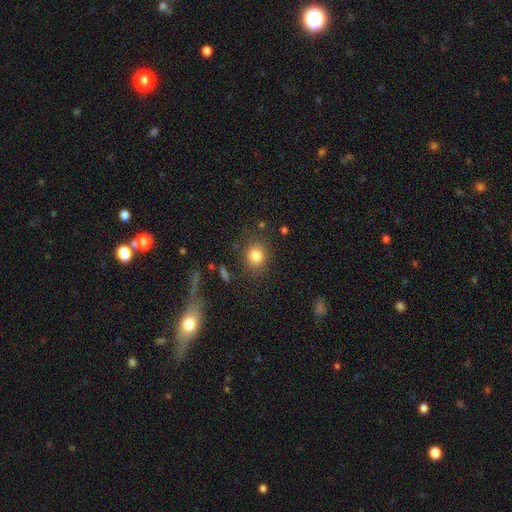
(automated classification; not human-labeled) Overall: smooth (82%). How rounded: round (70%). Merging: none (82%).